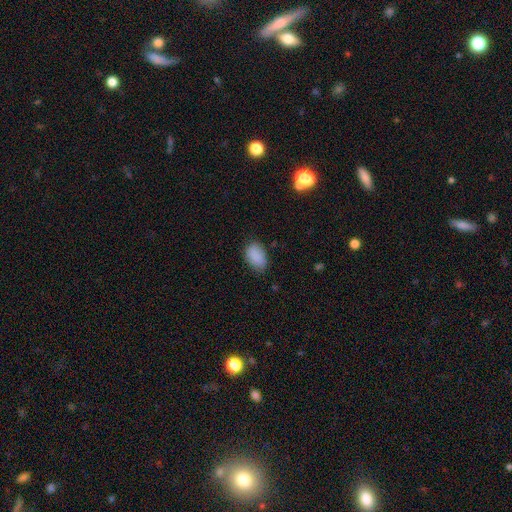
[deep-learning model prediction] A smooth galaxy with no disk features (87%) that is in between round and cigar-shaped (89%). Merging: none (74%).